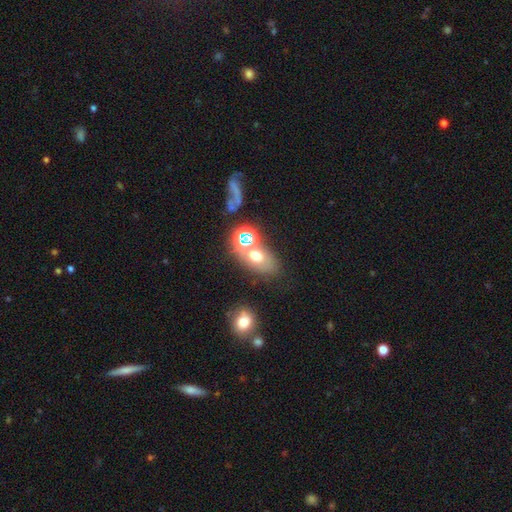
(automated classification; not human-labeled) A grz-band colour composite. It shows a smooth galaxy with no disk features (56%) that is in between round and cigar-shaped (70%). Merging: none (48%).